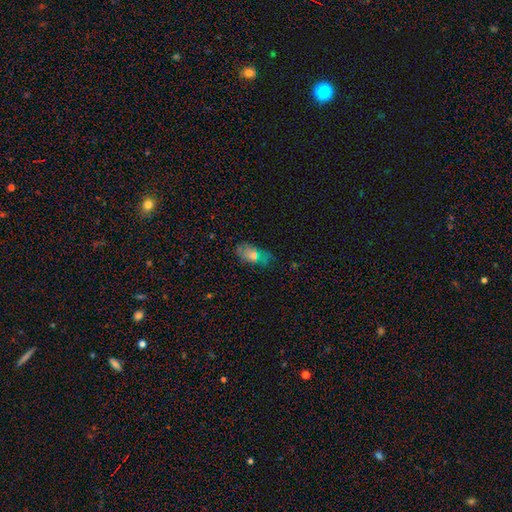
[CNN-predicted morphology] smooth 52%, featured or disk 29%, star or artifact 19%. Down the decision tree: how rounded — in between (81%); merging — none (64%).